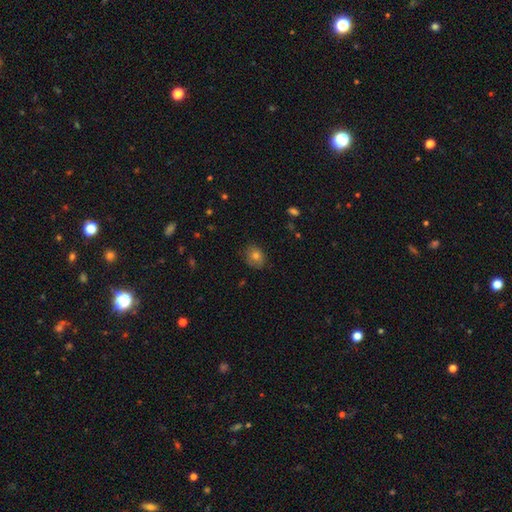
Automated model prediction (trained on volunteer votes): Q: Smooth or featured?
A: smooth (76%); runner-up: featured or disk (13%)
Q: How rounded?
A: round (53%); runner-up: in between (46%)
Q: Merging?
A: none (80%); runner-up: minor disturbance (16%)